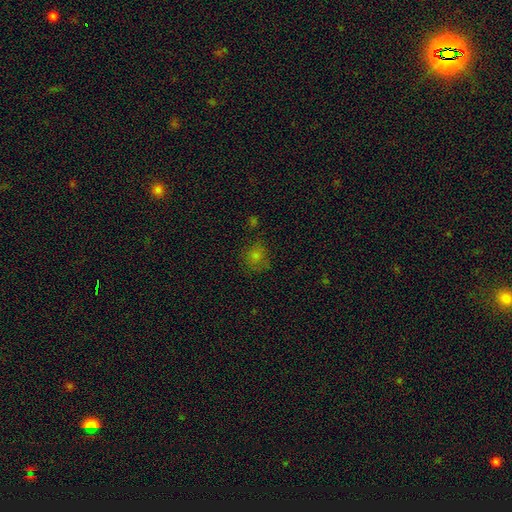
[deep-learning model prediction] smooth_or_featured: smooth (p=0.65) [alt: star or artifact p=0.26]
how_rounded: round (p=0.84) [alt: in between p=0.15]
merging: none (p=0.75) [alt: minor disturbance p=0.16]